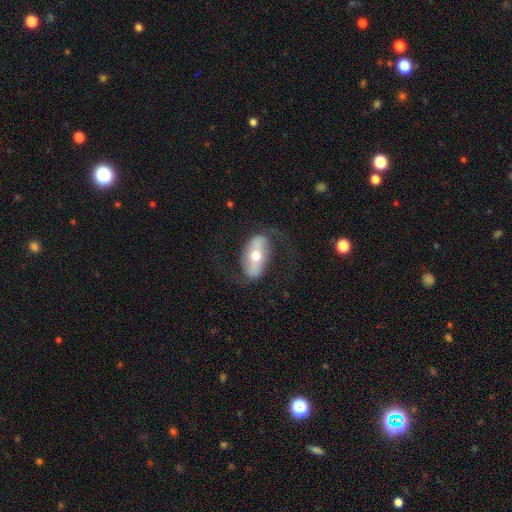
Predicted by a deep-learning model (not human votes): Smooth or featured? featured or disk (64%)
Edge-on disk? no (89%)
Bar? strong (50%)
Spiral arms? yes (68%)
Bulge size? moderate (67%)
Merging? none (67%)